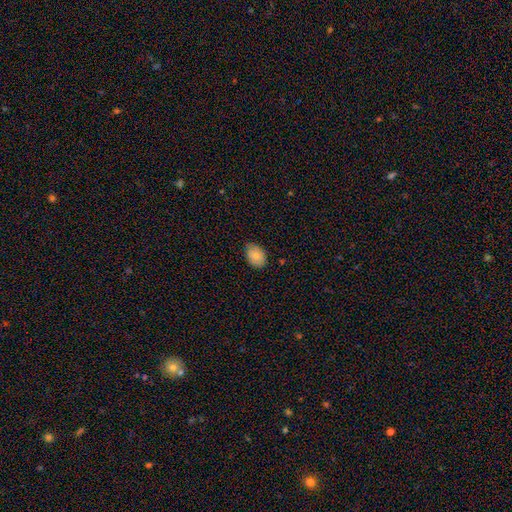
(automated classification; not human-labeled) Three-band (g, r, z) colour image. It shows a smooth galaxy with no disk features (85%) that is in between round and cigar-shaped (82%). Merging: none (79%).